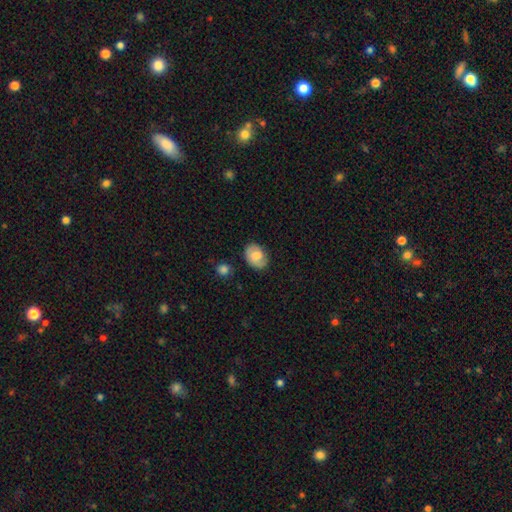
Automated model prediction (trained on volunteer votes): smooth 63%, featured or disk 29%, star or artifact 8%. Down the decision tree: how rounded — in between (74%); merging — none (74%).